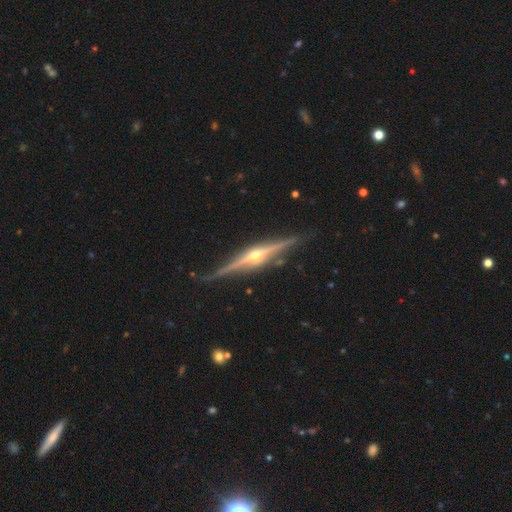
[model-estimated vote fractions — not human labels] Smooth or featured: featured or disk — 89% (smooth — 6%)
Edge-on disk: yes — 98% (no — 2%)
Edge-on bulge: rounded — 92% (boxy — 4%)
Merging: none — 86% (minor disturbance — 10%)